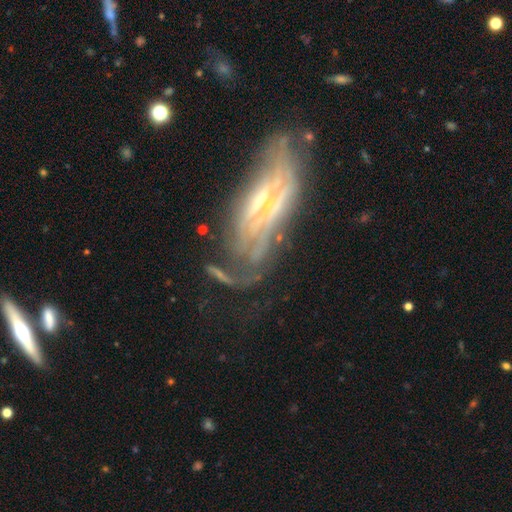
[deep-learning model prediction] smooth-or-featured: featured or disk: 73% | smooth: 16% | star or artifact: 11%
  disk-edge-on: no: 68% | yes: 32%
  merging: none: 45% | major disturbance: 26% | minor disturbance: 22% | merger: 7%